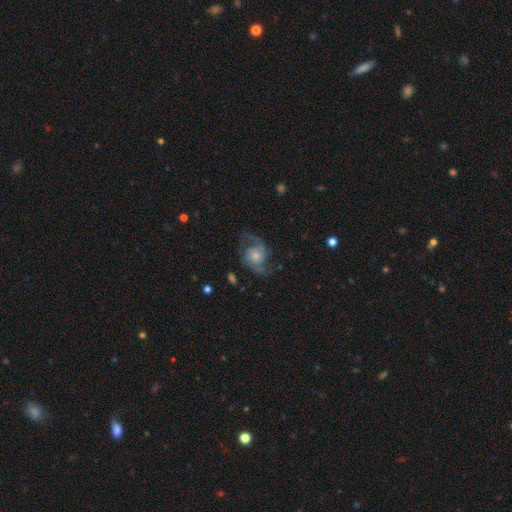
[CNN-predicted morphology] Overall: featured or disk (81%). Edge-on disk: no (97%). Bar: no (73%). Spiral arms: yes (95%). Spiral arm count: 2 (91%). Spiral winding: loose (48%; medium 43%). Bulge size: small (47%; moderate 35%). Merging: none (67%).